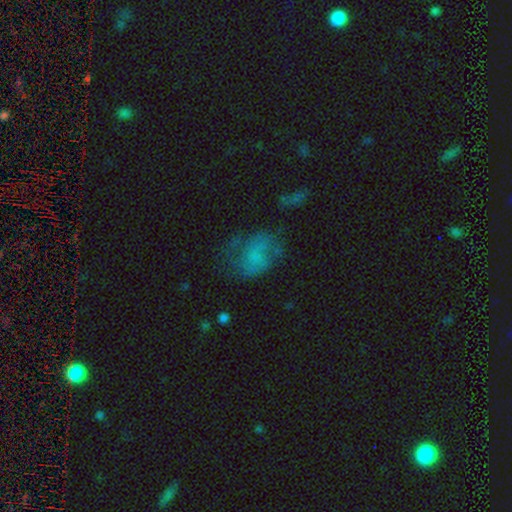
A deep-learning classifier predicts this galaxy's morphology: Smooth or featured? smooth (49%)
Merging? none (46%)